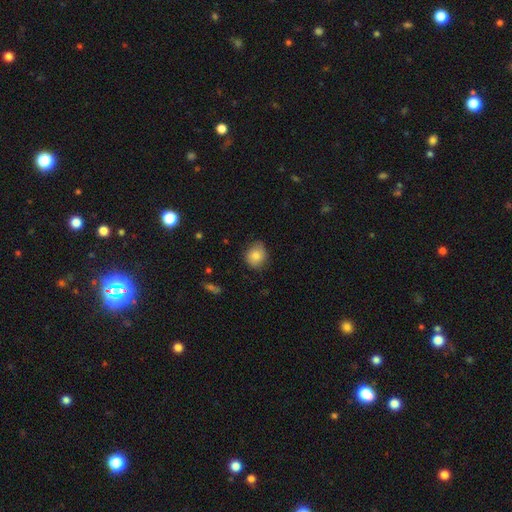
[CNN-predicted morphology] A smooth galaxy with no disk features (82%) that is round (76%).

Vote fractions:
- Smooth or featured? smooth: 82% / featured or disk: 9% / star or artifact: 9%
- How rounded? round: 76% / in between: 23% / cigar-shaped: 1%
- Merging? none: 77% / minor disturbance: 19% / major disturbance: 3% / merger: 1%